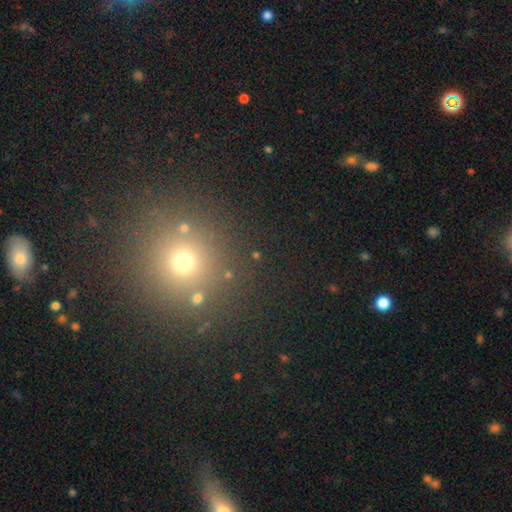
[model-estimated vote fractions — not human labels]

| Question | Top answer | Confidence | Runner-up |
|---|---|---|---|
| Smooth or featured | smooth | 50% | star or artifact (41%) |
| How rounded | round | 88% | in between (10%) |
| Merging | none | 84% | minor disturbance (7%) |